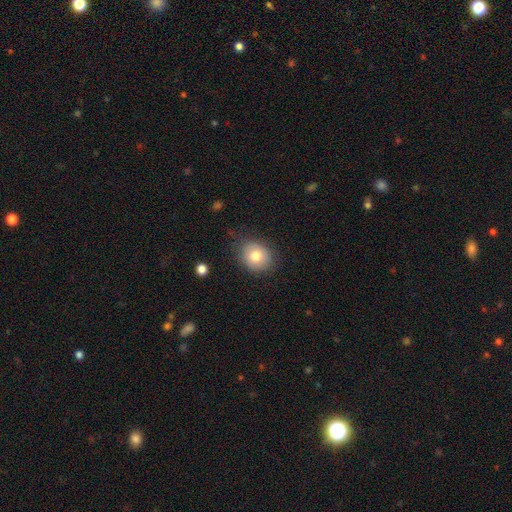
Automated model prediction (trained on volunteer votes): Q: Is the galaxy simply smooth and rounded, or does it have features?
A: smooth — 78%.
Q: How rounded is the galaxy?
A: round — 68%.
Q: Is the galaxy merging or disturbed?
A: none — 80%.